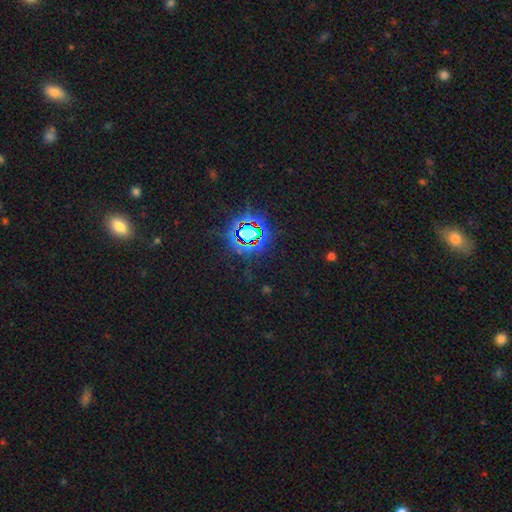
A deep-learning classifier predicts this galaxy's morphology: smooth-or-featured: star or artifact: 73% | smooth: 19% | featured or disk: 8%